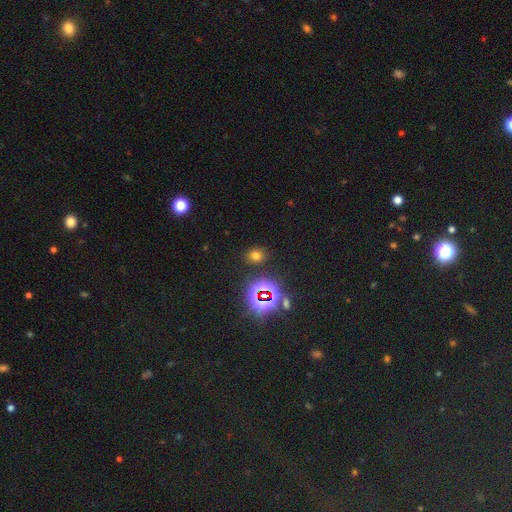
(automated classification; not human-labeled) Smooth or featured? smooth (61%)
How rounded? round (57%)
Merging? none (85%)